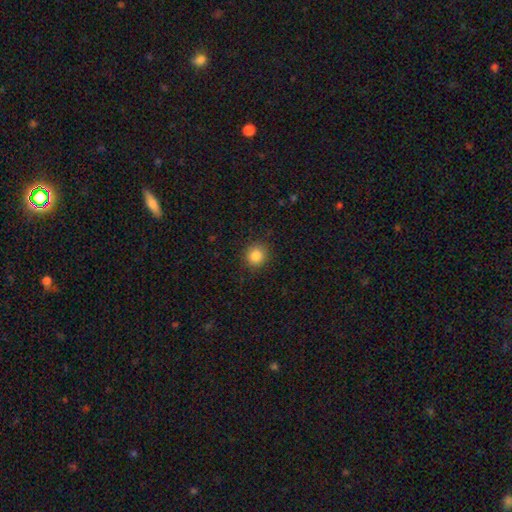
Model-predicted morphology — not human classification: type=smooth (85%); roundness=round (91%); merging=none (90%).